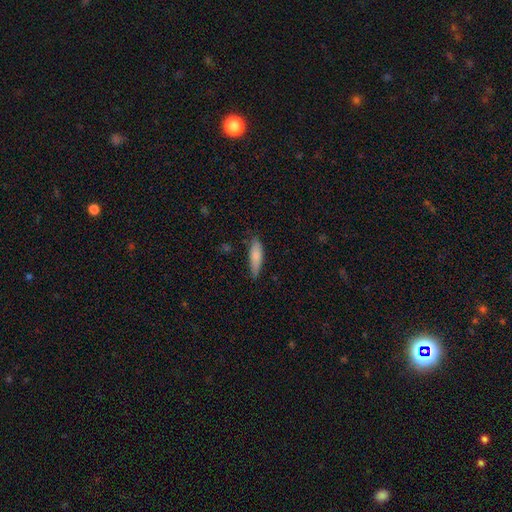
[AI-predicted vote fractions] A smooth galaxy with no disk features (79%) that is cigar-shaped (64%). Merging: none (74%).